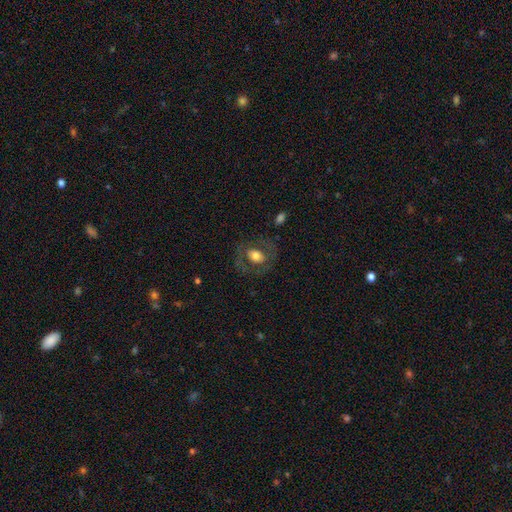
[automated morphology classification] Smooth or featured? Predicted: smooth (p=0.58). How rounded? Predicted: in between (p=0.51). Merging? Predicted: none (p=0.75).